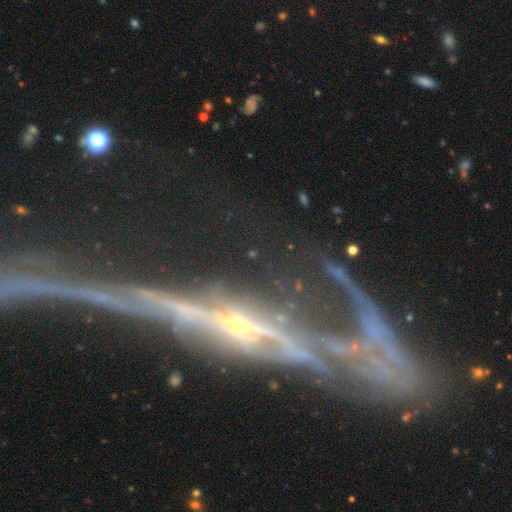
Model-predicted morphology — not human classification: The model was most divided on "edge-on disk": yes: 52%, no: 48%. Remaining: smooth or featured — featured or disk (77%); merging — major disturbance (40%).